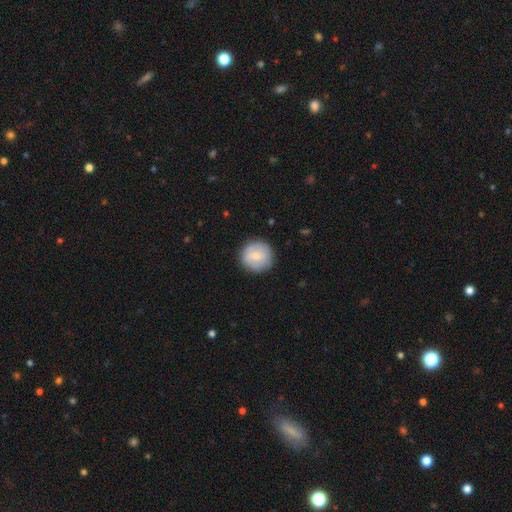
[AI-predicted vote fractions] Smooth or featured: smooth — 71% (featured or disk — 23%)
How rounded: round — 94% (in between — 5%)
Merging: none — 87% (minor disturbance — 10%)